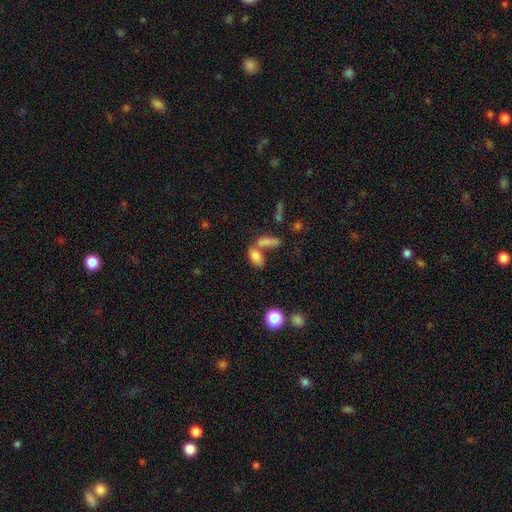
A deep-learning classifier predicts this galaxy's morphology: Q: Smooth or featured?
A: smooth (80%); runner-up: featured or disk (10%)
Q: How rounded?
A: in between (85%); runner-up: cigar-shaped (9%)
Q: Merging?
A: merger (42%); tied with: none (42%)